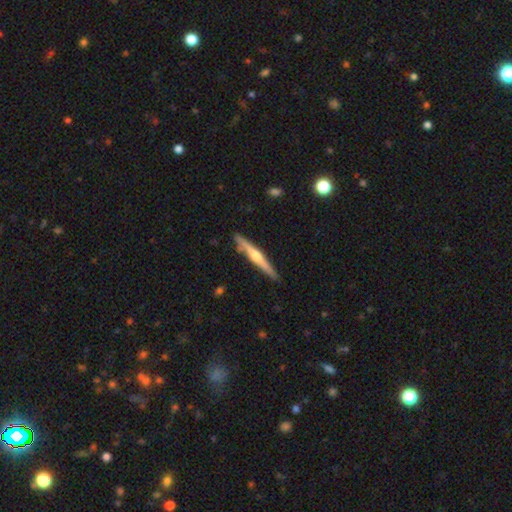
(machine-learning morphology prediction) A featured or disk galaxy (68%) viewed edge-on (97%) with a rounded central bulge (85%). Merging: none (87%).